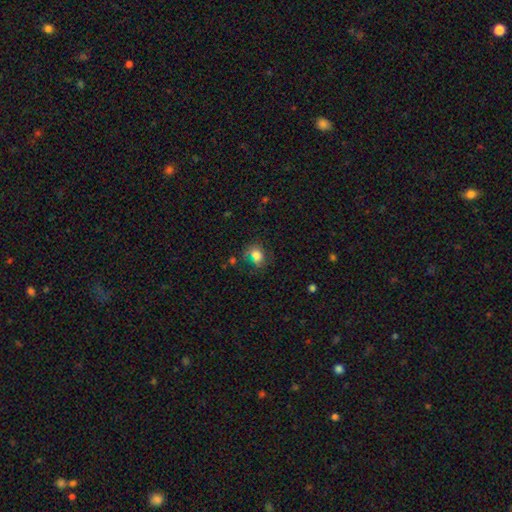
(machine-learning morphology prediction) A smooth galaxy with no disk features (77%) that is round (59%). Merging: none (59%).